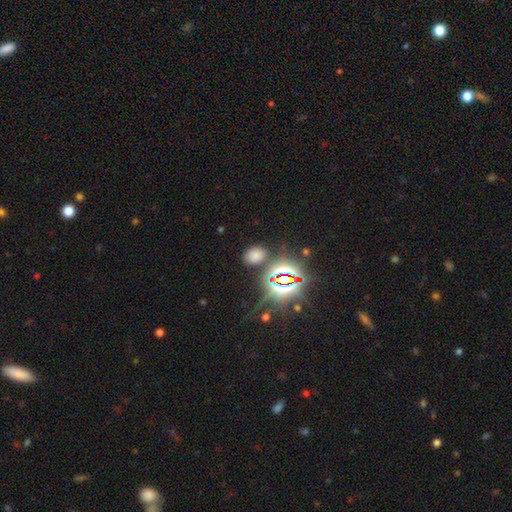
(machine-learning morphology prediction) Overall: smooth (61%; star or artifact 33%). How rounded: in between (77%). Merging: none (80%).